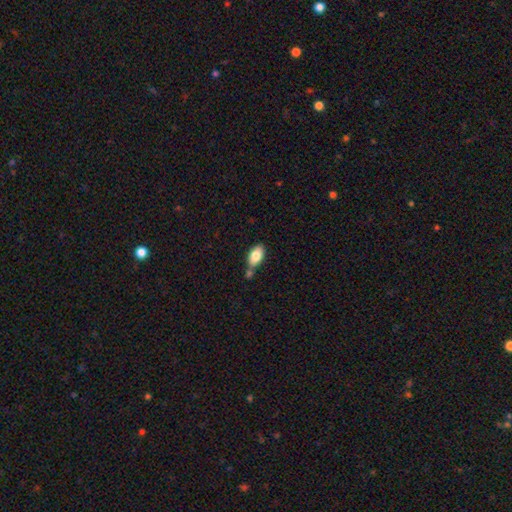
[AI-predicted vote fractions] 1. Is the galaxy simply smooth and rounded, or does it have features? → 81% smooth, 12% featured or disk, 7% star or artifact.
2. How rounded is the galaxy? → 92% in between, 5% round, 4% cigar-shaped.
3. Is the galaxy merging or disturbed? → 53% none, 26% merger, 16% minor disturbance, 4% major disturbance.